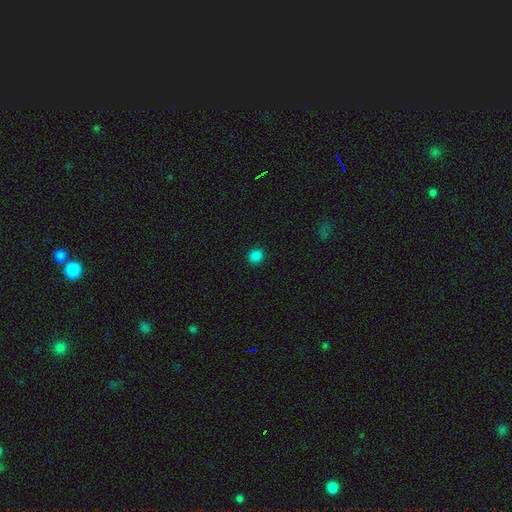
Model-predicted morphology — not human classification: smooth-or-featured: smooth: 84% | star or artifact: 13% | featured or disk: 3%
  how-rounded: round: 87% | in between: 12% | cigar-shaped: 1%
  merging: none: 92% | minor disturbance: 5% | major disturbance: 2% | merger: 1%